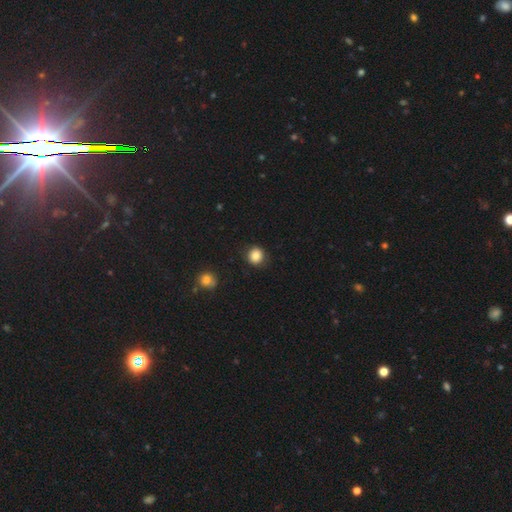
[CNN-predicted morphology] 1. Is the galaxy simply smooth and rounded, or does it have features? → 85% smooth, 10% star or artifact, 5% featured or disk.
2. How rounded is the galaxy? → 89% round, 10% in between, 1% cigar-shaped.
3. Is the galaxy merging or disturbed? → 88% none, 8% minor disturbance, 2% major disturbance, 1% merger.